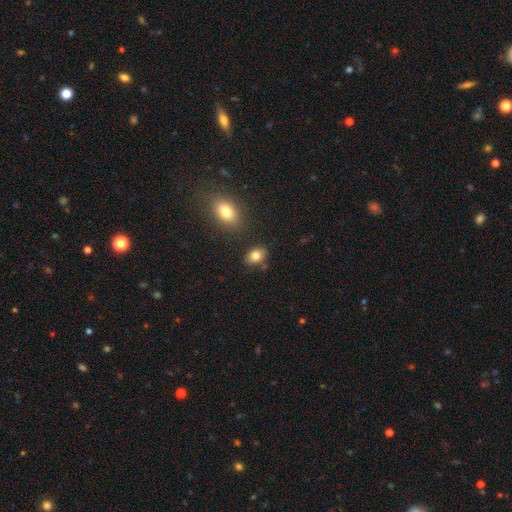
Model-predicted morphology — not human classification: Overall: smooth (81%). How rounded: in between (79%). Merging: none (80%).